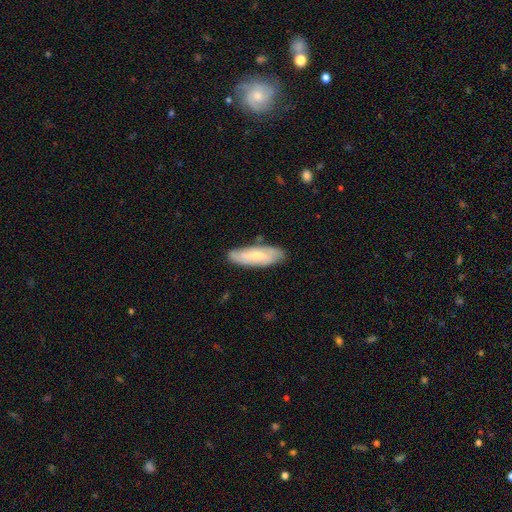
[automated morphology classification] type=smooth (49%); merging=none (80%).